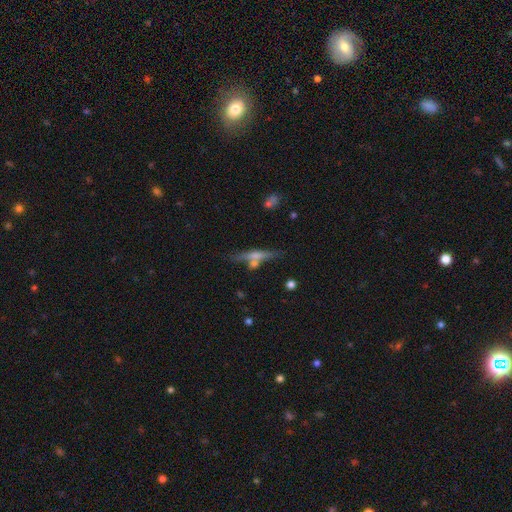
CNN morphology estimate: A featured or disk galaxy (59%) viewed edge-on (94%) with a rounded central bulge (67%).

Vote fractions:
- Smooth or featured? featured or disk: 59% / smooth: 32% / star or artifact: 9%
- Edge-on disk? yes: 94% / no: 6%
- Edge-on bulge? rounded: 67% / none: 23% / boxy: 10%
- Merging? none: 70% / merger: 13% / minor disturbance: 12% / major disturbance: 4%